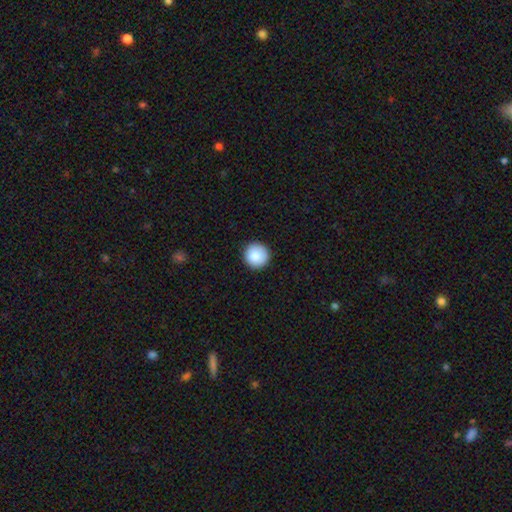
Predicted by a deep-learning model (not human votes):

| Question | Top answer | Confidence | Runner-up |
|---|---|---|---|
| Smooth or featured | smooth | 88% | star or artifact (8%) |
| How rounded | round | 96% | in between (3%) |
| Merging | none | 92% | minor disturbance (6%) |